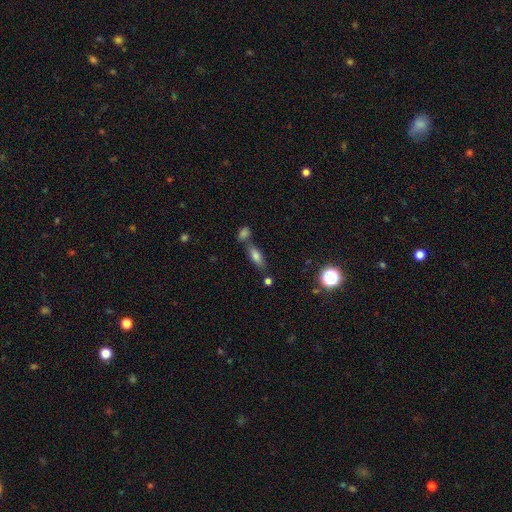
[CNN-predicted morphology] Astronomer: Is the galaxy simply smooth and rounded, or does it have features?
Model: smooth — 73%.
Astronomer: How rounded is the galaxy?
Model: in between — 69%.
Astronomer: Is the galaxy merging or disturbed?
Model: none — 61%.